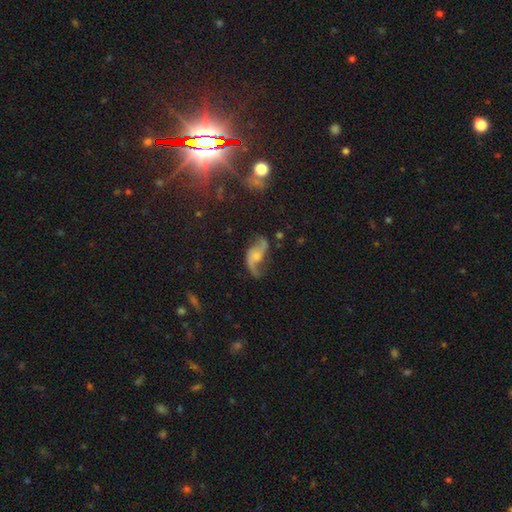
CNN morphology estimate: Smooth or featured: featured or disk — 82% (smooth — 11%)
Edge-on disk: no — 96% (yes — 4%)
Bar: no — 62% (weak — 31%)
Spiral arms: yes — 94% (no — 6%)
Spiral winding: loose — 84% (medium — 13%)
Spiral arm count: 2 — 90% (1 — 5%)
Bulge size: small — 42% (moderate — 32%)
Merging: none — 60% (minor disturbance — 19%)